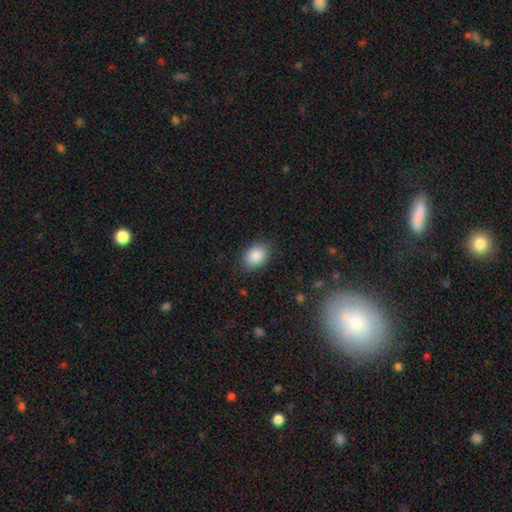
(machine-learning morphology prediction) A smooth galaxy with no disk features (88%) that is in between round and cigar-shaped (76%).

Vote fractions:
- Smooth or featured? smooth: 88% / star or artifact: 7% / featured or disk: 5%
- How rounded? in between: 76% / round: 23% / cigar-shaped: 1%
- Merging? none: 84% / minor disturbance: 12% / major disturbance: 3% / merger: 1%